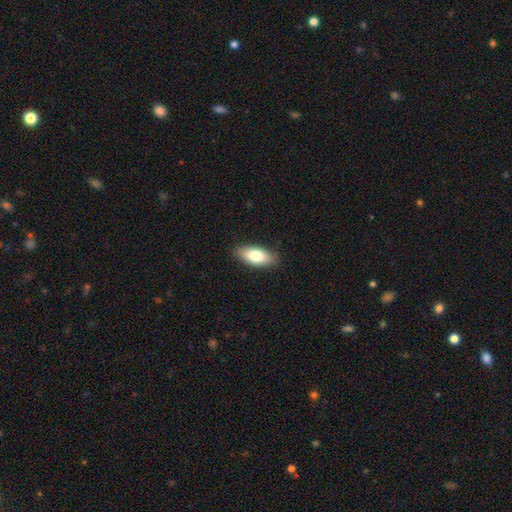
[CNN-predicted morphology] smooth-or-featured: smooth: 76% | featured or disk: 18% | star or artifact: 6%
  how-rounded: in between: 85% | cigar-shaped: 12% | round: 3%
  merging: none: 87% | minor disturbance: 10% | major disturbance: 2% | merger: 1%